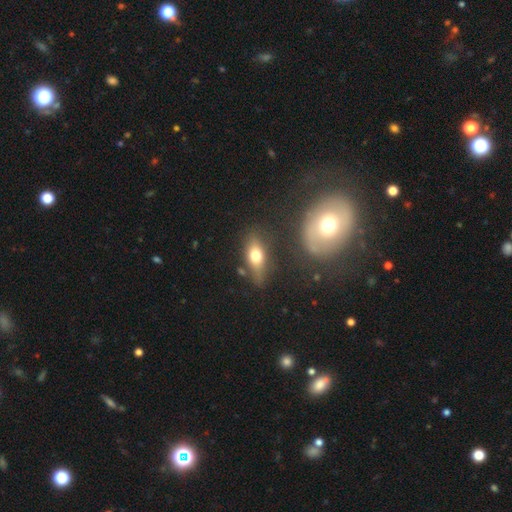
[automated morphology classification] type=smooth (64%); roundness=in between (72%); merging=none (70%).